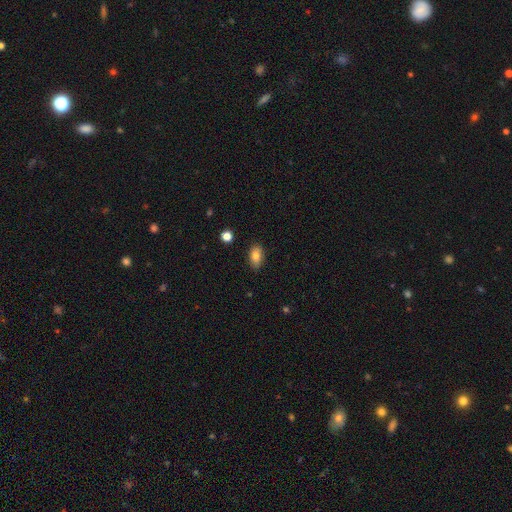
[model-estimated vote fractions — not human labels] Smooth or featured: smooth — 82% (featured or disk — 9%)
How rounded: in between — 90% (round — 7%)
Merging: none — 86% (minor disturbance — 11%)